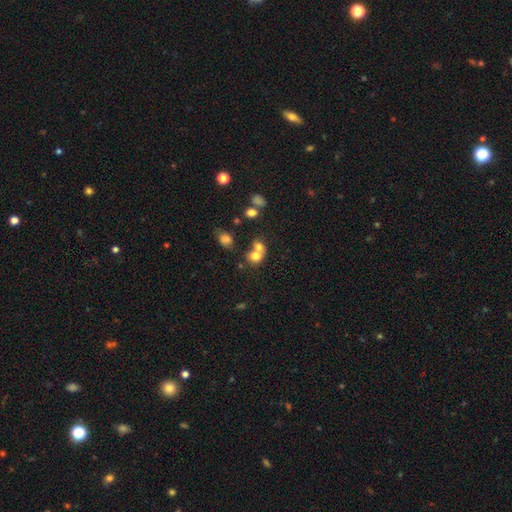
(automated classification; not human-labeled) Smooth or featured? Predicted: smooth (p=0.73). How rounded? Predicted: round (p=0.59). Merging? Predicted: merger (p=0.60).